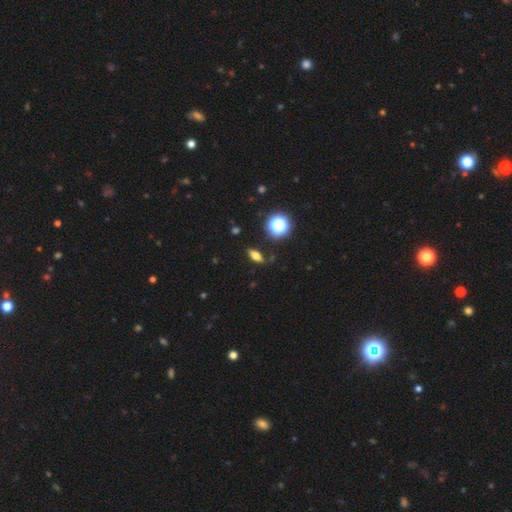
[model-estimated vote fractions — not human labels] smooth_or_featured: smooth (p=0.67) [alt: featured or disk p=0.18]
how_rounded: in between (p=0.69) [alt: cigar-shaped p=0.19]
merging: none (p=0.87) [alt: minor disturbance p=0.09]